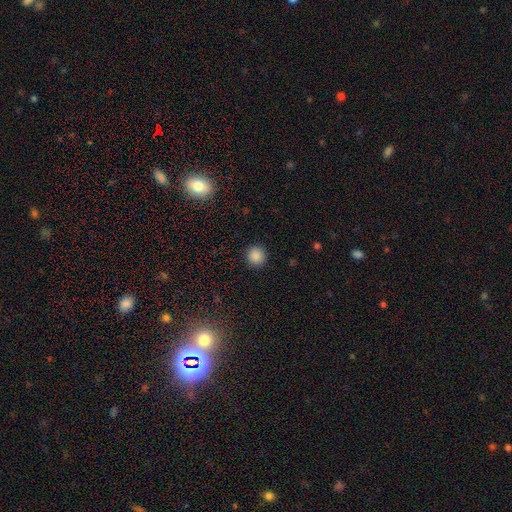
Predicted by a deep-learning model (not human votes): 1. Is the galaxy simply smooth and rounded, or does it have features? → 87% smooth, 10% star or artifact, 3% featured or disk.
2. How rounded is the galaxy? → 94% round, 5% in between, 1% cigar-shaped.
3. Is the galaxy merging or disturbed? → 92% none, 5% minor disturbance, 2% major disturbance, 1% merger.